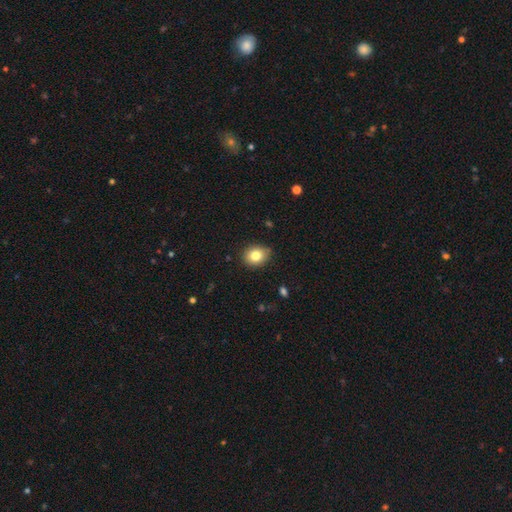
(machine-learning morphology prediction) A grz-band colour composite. It shows a smooth galaxy with no disk features (81%) that is round (53%). Merging: none (84%).